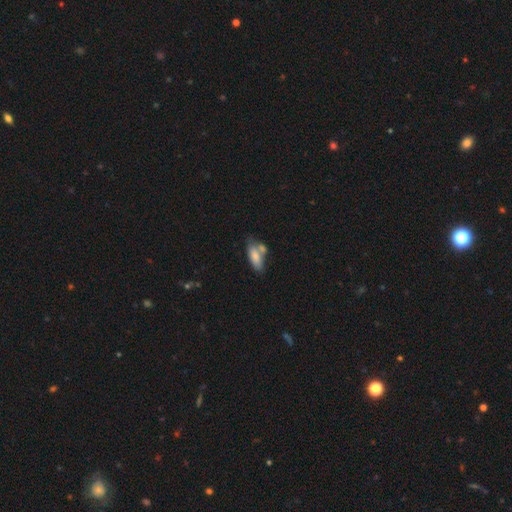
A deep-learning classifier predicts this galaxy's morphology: A smooth galaxy with no disk features (76%) that is in between round and cigar-shaped (76%).

Vote fractions:
- Smooth or featured? smooth: 76% / featured or disk: 17% / star or artifact: 7%
- How rounded? in between: 76% / cigar-shaped: 21% / round: 3%
- Merging? none: 42% / merger: 34% / minor disturbance: 17% / major disturbance: 6%